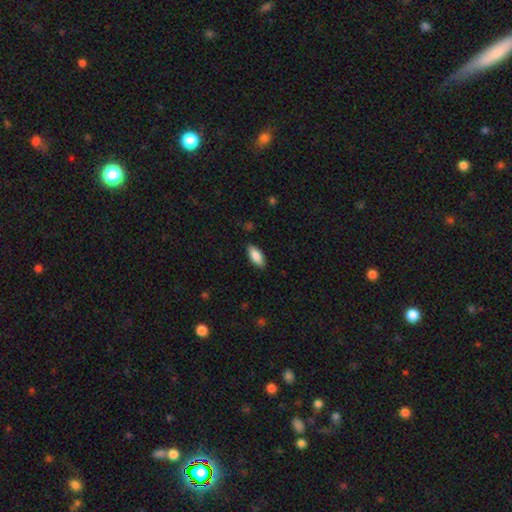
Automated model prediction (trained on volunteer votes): Q: Smooth or featured?
A: smooth (85%); runner-up: featured or disk (9%)
Q: How rounded?
A: in between (81%); runner-up: cigar-shaped (17%)
Q: Merging?
A: none (86%); runner-up: minor disturbance (10%)